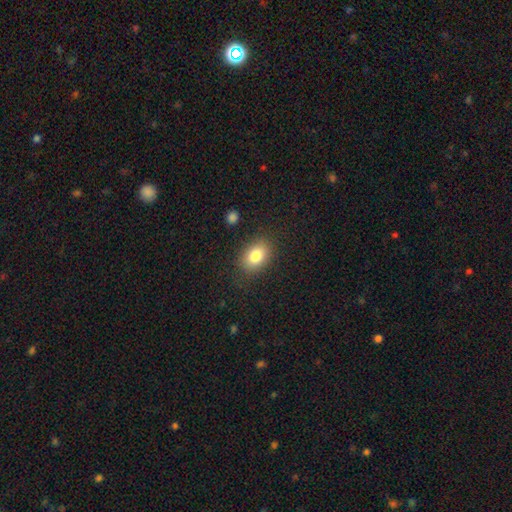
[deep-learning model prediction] smooth_or_featured: smooth (p=0.82) [alt: featured or disk p=0.09]
how_rounded: in between (p=0.78) [alt: round p=0.21]
merging: none (p=0.84) [alt: minor disturbance p=0.11]